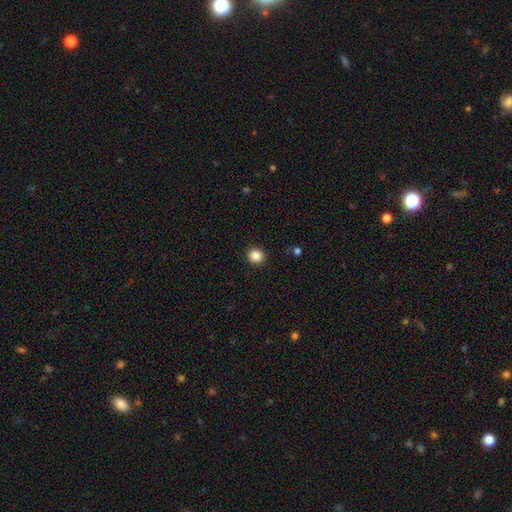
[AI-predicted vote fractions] The model was most divided on "smooth or featured": smooth: 86%, star or artifact: 11%, featured or disk: 3%. More confident: merging — none (92%); how rounded — round (90%).